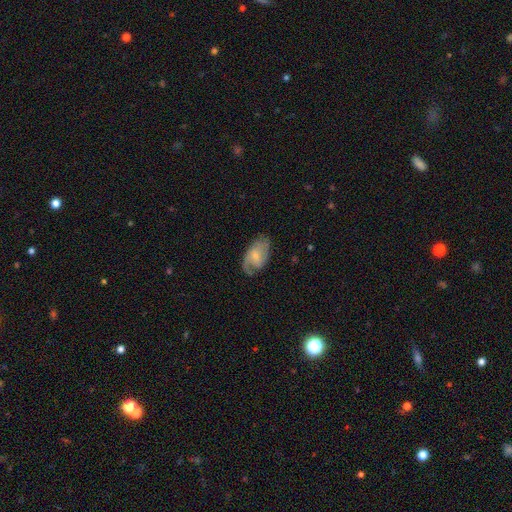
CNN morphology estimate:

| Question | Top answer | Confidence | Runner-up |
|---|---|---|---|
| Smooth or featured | featured or disk | 64% | smooth (30%) |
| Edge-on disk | no | 95% | yes (5%) |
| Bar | no | 49% | weak (42%) |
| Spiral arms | yes | 88% | no (12%) |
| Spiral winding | medium | 44% | loose (30%) |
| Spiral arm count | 2 | 55% | 1 (23%) |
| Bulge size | small | 60% | moderate (31%) |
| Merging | none | 61% | minor disturbance (24%) |